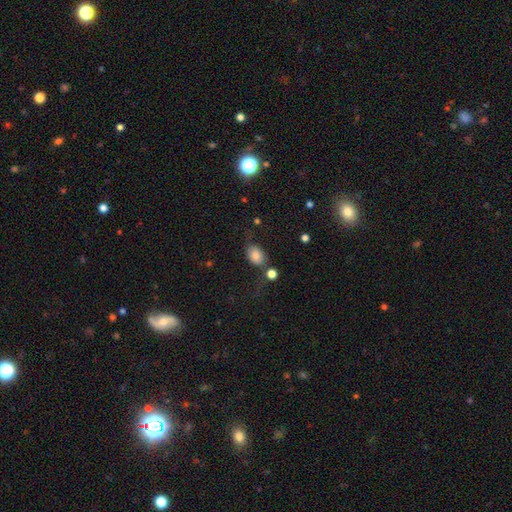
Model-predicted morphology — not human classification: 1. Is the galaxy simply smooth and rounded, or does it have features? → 77% smooth, 13% featured or disk, 10% star or artifact.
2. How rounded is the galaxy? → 74% in between, 24% round, 2% cigar-shaped.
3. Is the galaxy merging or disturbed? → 50% none, 22% minor disturbance, 16% major disturbance, 13% merger.